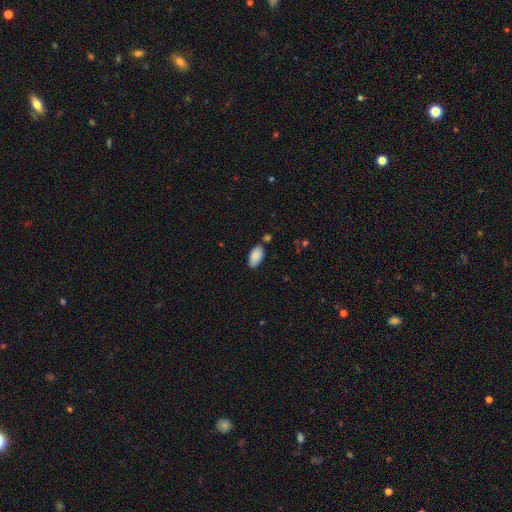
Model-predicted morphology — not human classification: Smooth or featured? smooth (88%)
How rounded? in between (95%)
Merging? none (74%)